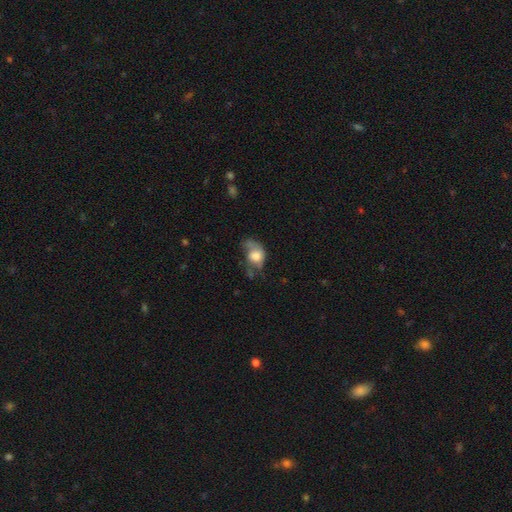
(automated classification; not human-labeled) Smooth or featured? Predicted: smooth (p=0.63). How rounded? Predicted: in between (p=0.70). Merging? Predicted: major disturbance (p=0.40).